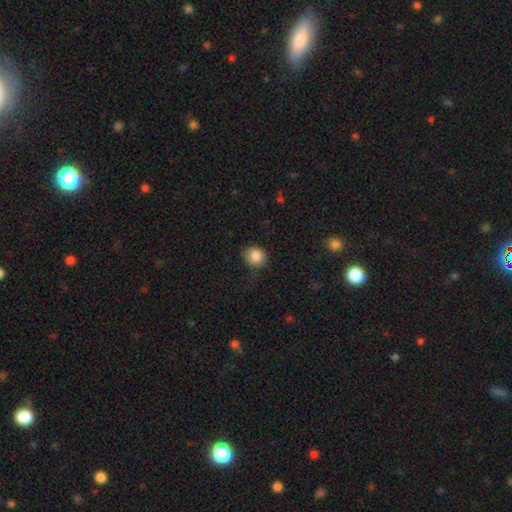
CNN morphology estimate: Smooth or featured? Predicted: smooth (p=0.87). How rounded? Predicted: round (p=0.84). Merging? Predicted: none (p=0.71).